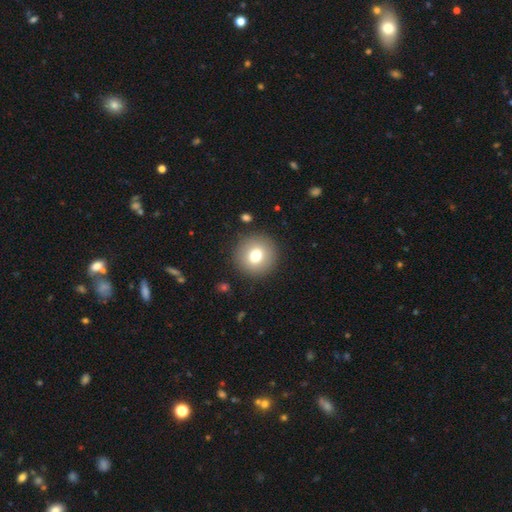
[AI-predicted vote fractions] smooth 74%, featured or disk 15%, star or artifact 10%. Down the decision tree: how rounded — round (94%); merging — none (90%).